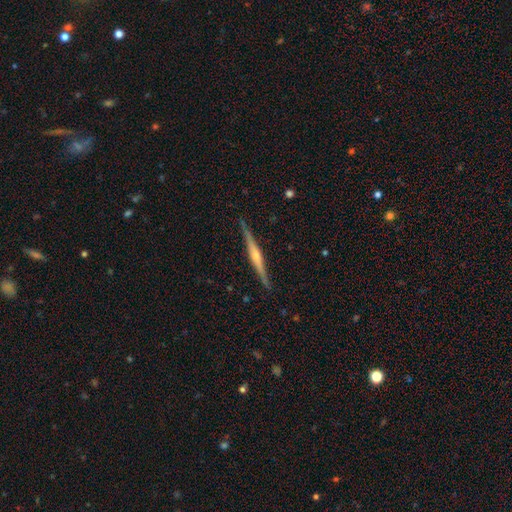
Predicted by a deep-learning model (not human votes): smooth_or_featured: featured or disk (p=0.78) [alt: smooth p=0.17]
disk_edge_on: yes (p=0.98) [alt: no p=0.02]
edge_on_bulge: rounded (p=0.68) [alt: boxy p=0.16]
merging: none (p=0.89) [alt: minor disturbance p=0.08]